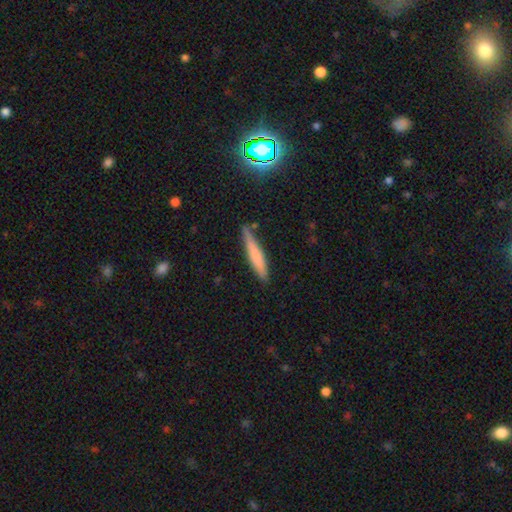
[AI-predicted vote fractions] A smooth galaxy with no disk features (69%) that is cigar-shaped (91%). Merging: none (77%).